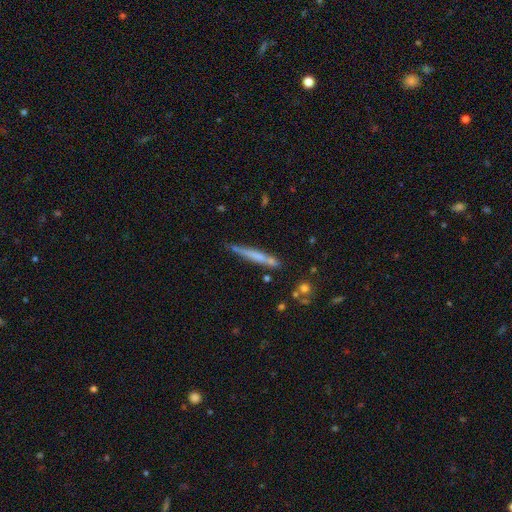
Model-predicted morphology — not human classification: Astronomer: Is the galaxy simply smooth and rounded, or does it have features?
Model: smooth — 55% (runner-up: featured or disk, 38%).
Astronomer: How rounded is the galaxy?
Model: cigar-shaped — 96%.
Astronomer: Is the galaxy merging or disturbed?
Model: none — 76%.